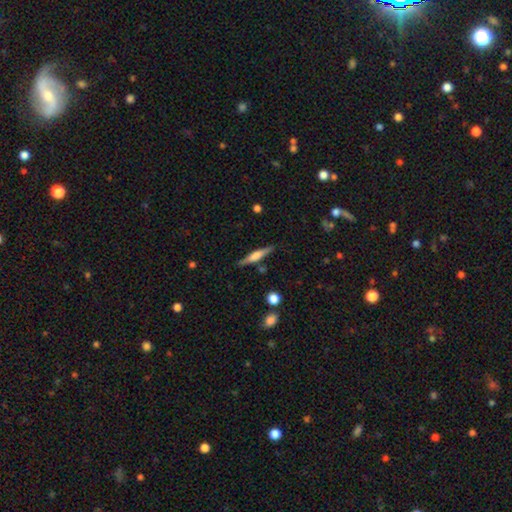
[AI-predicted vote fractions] This is possibly a featured or disk galaxy (56%). It is clearly viewed edge-on (97%). Edge-on bulge: possibly rounded (55%). Merging: clearly none (86%).